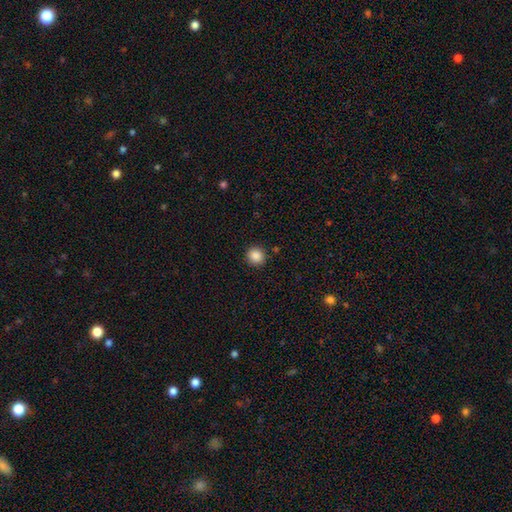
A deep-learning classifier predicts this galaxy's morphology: Overall: smooth (87%). How rounded: round (93%). Merging: none (91%).